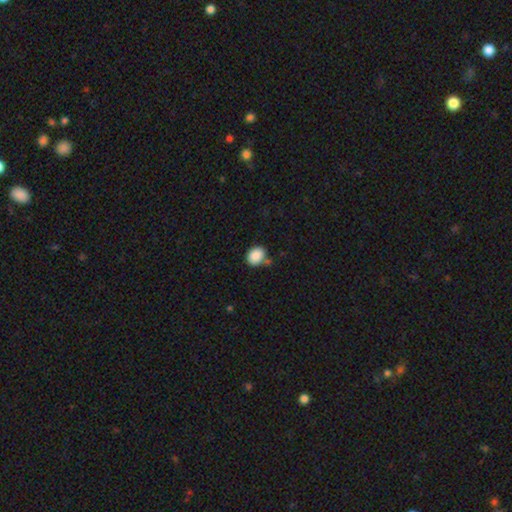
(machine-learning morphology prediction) Smooth or featured: smooth — 88% (star or artifact — 8%)
How rounded: in between — 55% (round — 44%)
Merging: none — 69% (minor disturbance — 16%)